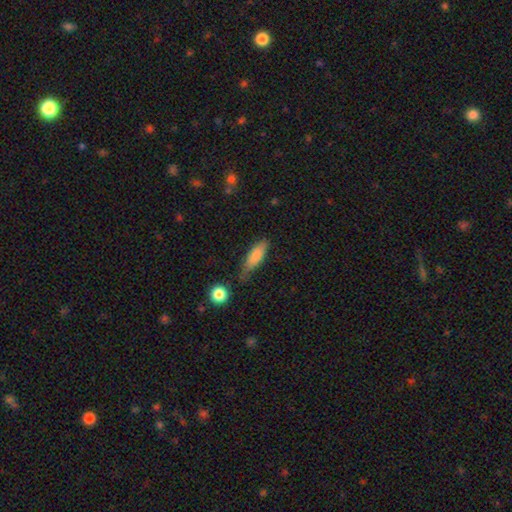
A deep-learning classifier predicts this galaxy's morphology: smooth 82%, featured or disk 10%, star or artifact 7%. Down the decision tree: how rounded — in between (55%); merging — none (57%).